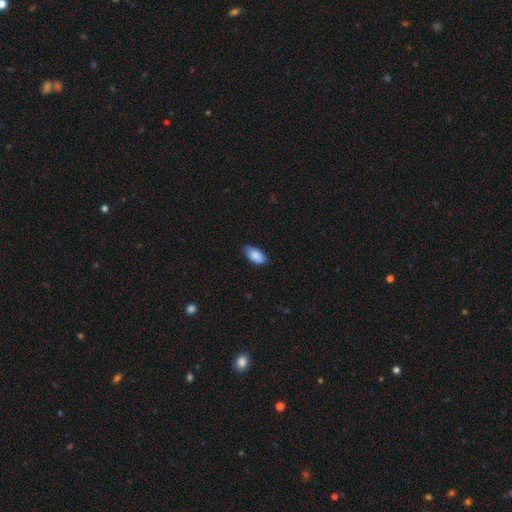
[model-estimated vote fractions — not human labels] A smooth galaxy with no disk features (87%) that is in between round and cigar-shaped (94%). Merging: none (74%).